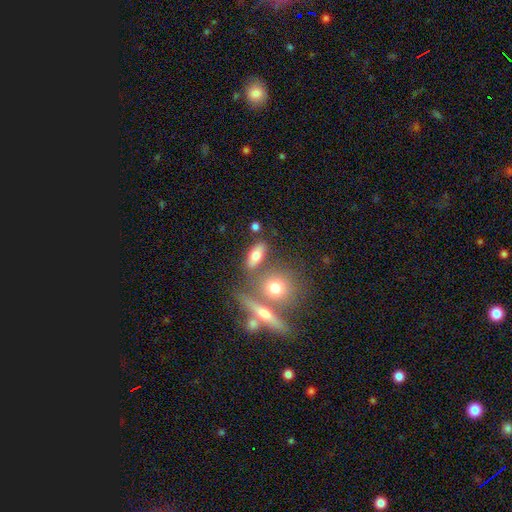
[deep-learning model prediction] smooth-or-featured: smooth: 70% | featured or disk: 19% | star or artifact: 10%
  how-rounded: in between: 69% | cigar-shaped: 20% | round: 11%
  merging: none: 67% | merger: 16% | minor disturbance: 12% | major disturbance: 5%